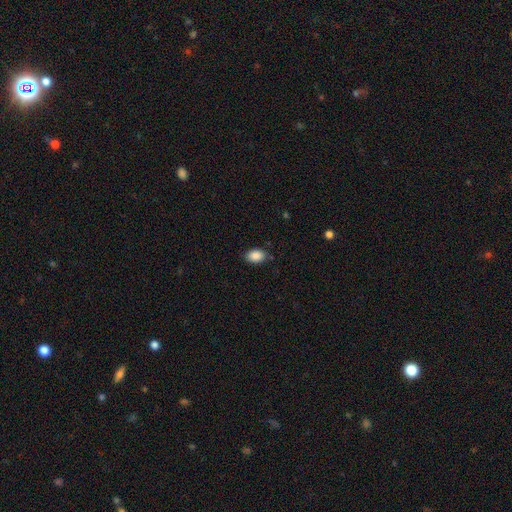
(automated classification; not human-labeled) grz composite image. It shows a smooth galaxy with no disk features (89%) that is in between round and cigar-shaped (85%). Merging: none (82%).